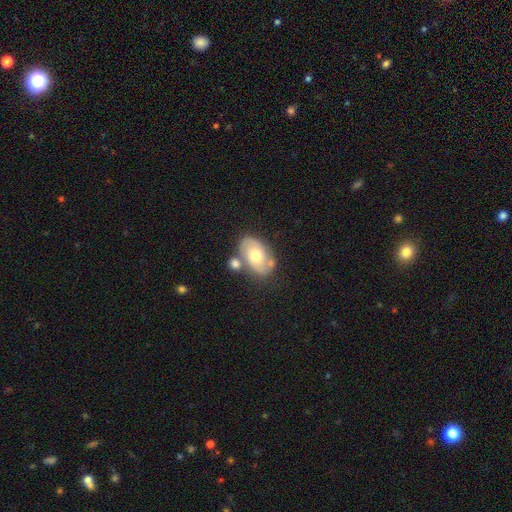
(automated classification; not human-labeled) A featured or disk galaxy (57%) with no bar (73%), spiral arms (71%) and a moderate central bulge (74%). Merging: none (59%).